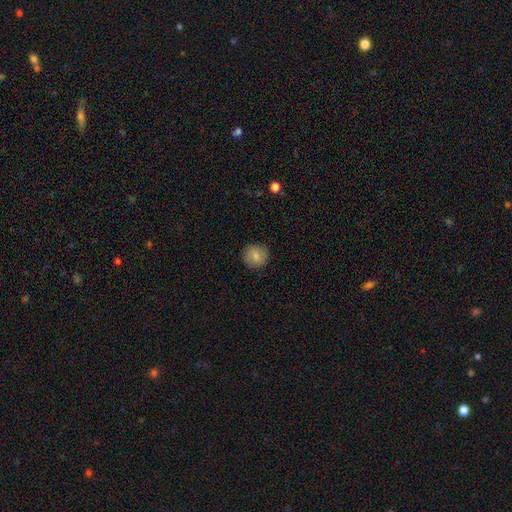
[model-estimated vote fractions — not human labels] A smooth galaxy with no disk features (78%) that is round (91%). Merging: none (88%).